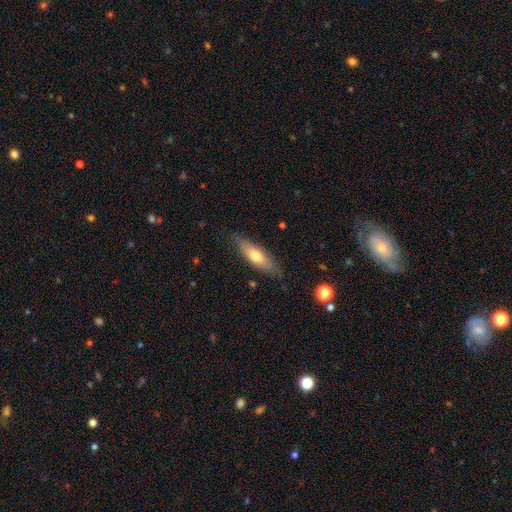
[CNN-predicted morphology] smooth 60%, featured or disk 34%, star or artifact 6%. Down the decision tree: how rounded — cigar-shaped (53%); merging — none (80%).